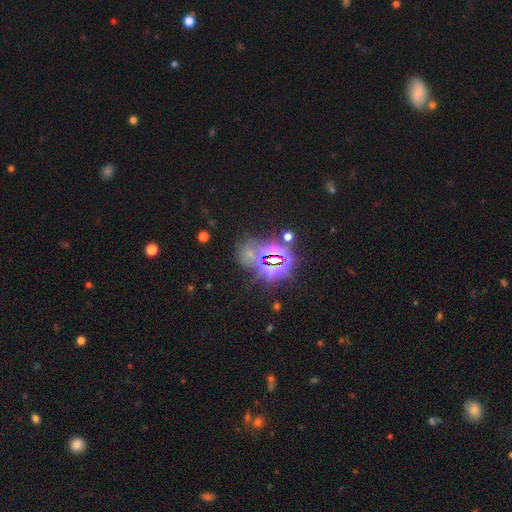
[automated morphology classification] Smooth or featured: star or artifact — 74% (smooth — 16%)